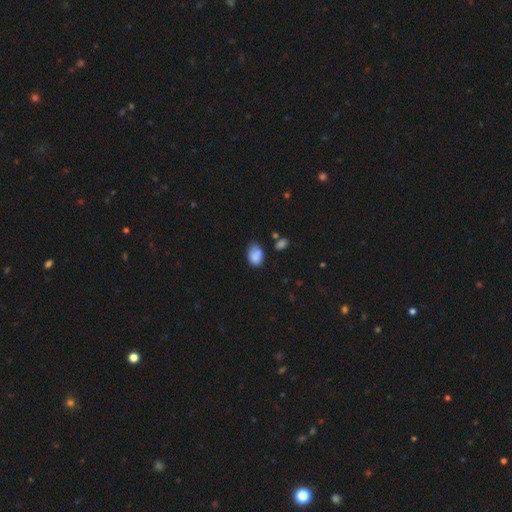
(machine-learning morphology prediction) type=smooth (81%); roundness=in between (73%); merging=none (46%).